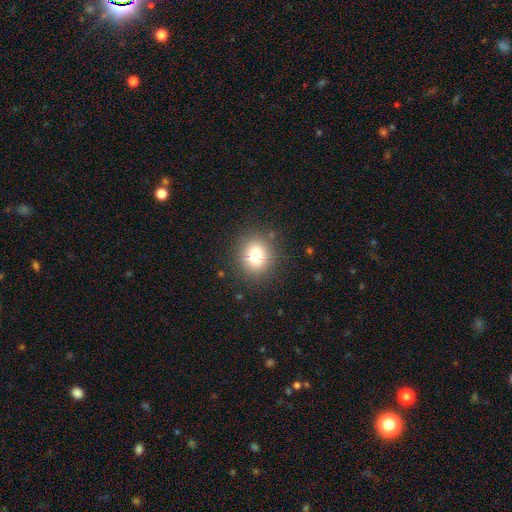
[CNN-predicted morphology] Smooth or featured?
  - smooth: 78% *
  - star or artifact: 13%
  - featured or disk: 9%
How rounded?
  - round: 77% *
  - in between: 22%
  - cigar-shaped: 1%
Merging?
  - none: 87% *
  - minor disturbance: 8%
  - major disturbance: 3%
  - merger: 1%